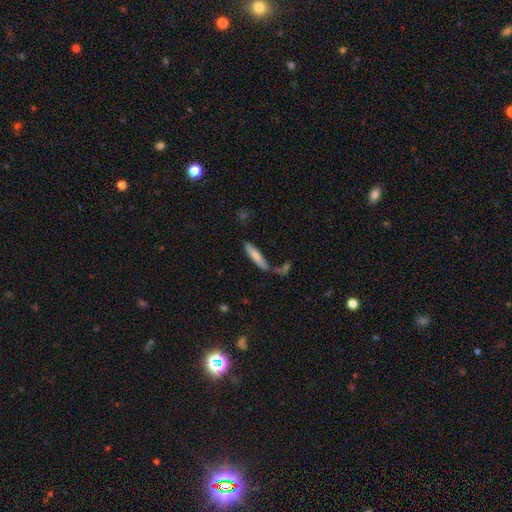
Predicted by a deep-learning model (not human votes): Morphology: type=smooth (73%); roundness=cigar-shaped (80%); merging=none (58%).